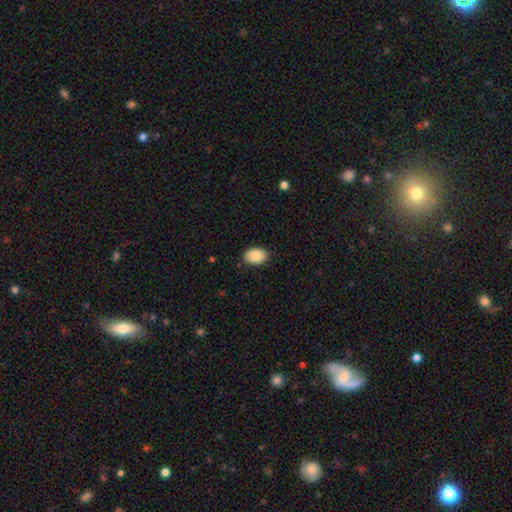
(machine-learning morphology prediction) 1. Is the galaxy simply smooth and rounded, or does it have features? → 89% smooth, 7% star or artifact, 4% featured or disk.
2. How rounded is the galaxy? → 84% in between, 15% round, 1% cigar-shaped.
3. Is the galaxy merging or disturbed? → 86% none, 11% minor disturbance, 2% major disturbance, 1% merger.